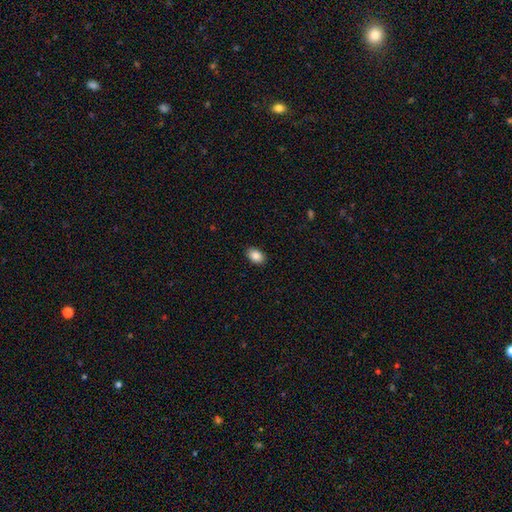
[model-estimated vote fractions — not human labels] smooth 87%, star or artifact 8%, featured or disk 5%. Down the decision tree: how rounded — in between (85%); merging — none (90%).